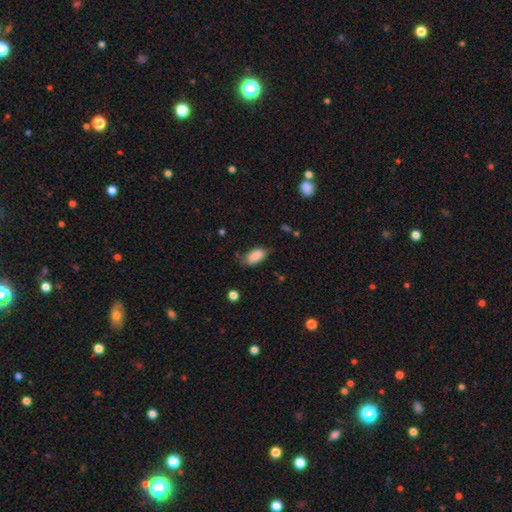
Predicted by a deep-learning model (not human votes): Q: Smooth or featured?
A: smooth (87%); runner-up: star or artifact (7%)
Q: How rounded?
A: in between (91%); runner-up: cigar-shaped (6%)
Q: Merging?
A: none (72%); runner-up: minor disturbance (22%)